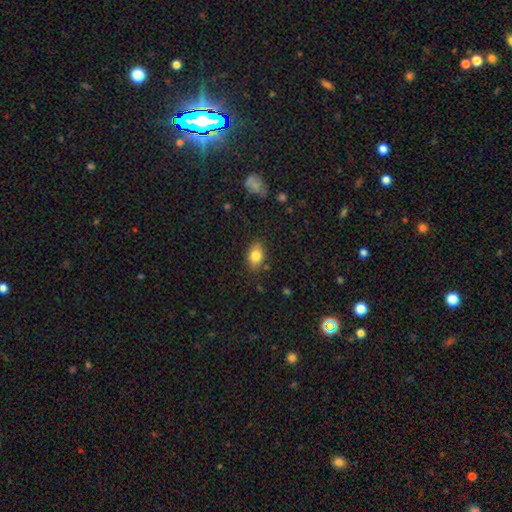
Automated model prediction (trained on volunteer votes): This appears to be a smooth galaxy with no disk features (82%) that is in between round and cigar-shaped (83%). Merging: none (83%).